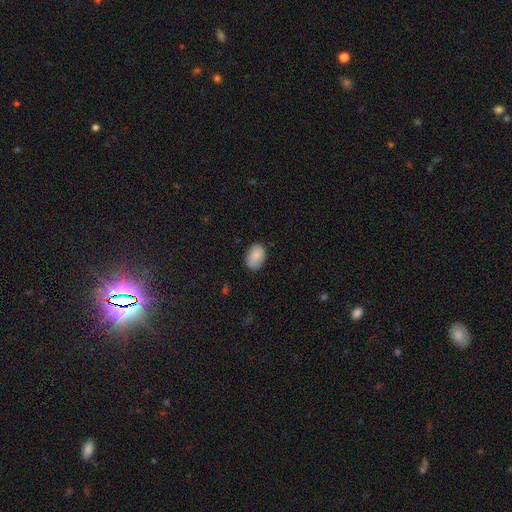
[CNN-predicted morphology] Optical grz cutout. It shows a smooth galaxy with no disk features (85%) that is in between round and cigar-shaped (83%). Merging: none (78%).